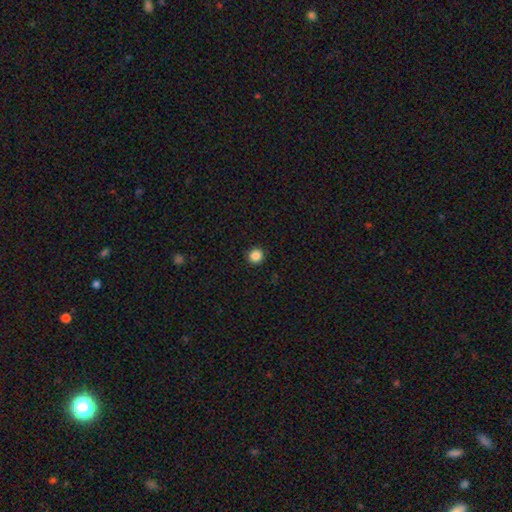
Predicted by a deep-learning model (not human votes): This appears to be a smooth galaxy with no disk features (86%) that is round (95%). Merging: none (93%).